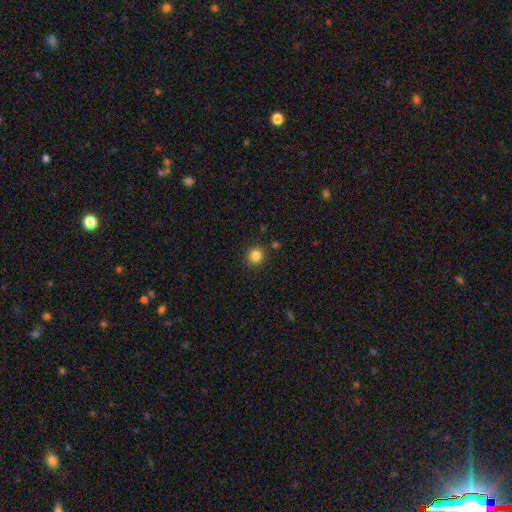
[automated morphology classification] smooth_or_featured: smooth (p=0.84) [alt: star or artifact p=0.11]
how_rounded: round (p=0.88) [alt: in between p=0.11]
merging: none (p=0.88) [alt: minor disturbance p=0.07]